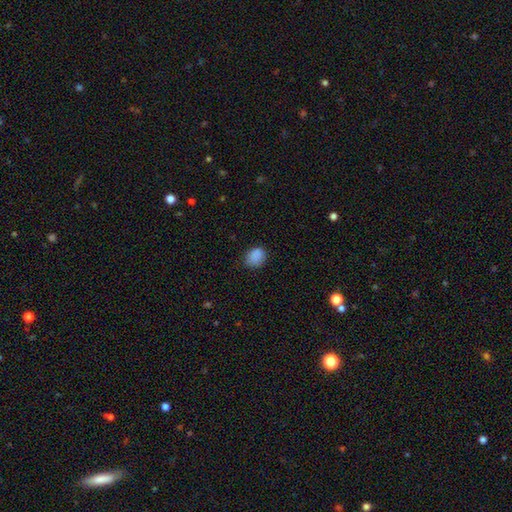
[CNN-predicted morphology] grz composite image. It shows a smooth galaxy with no disk features (87%) that is in between round and cigar-shaped (51%). Merging: none (75%).